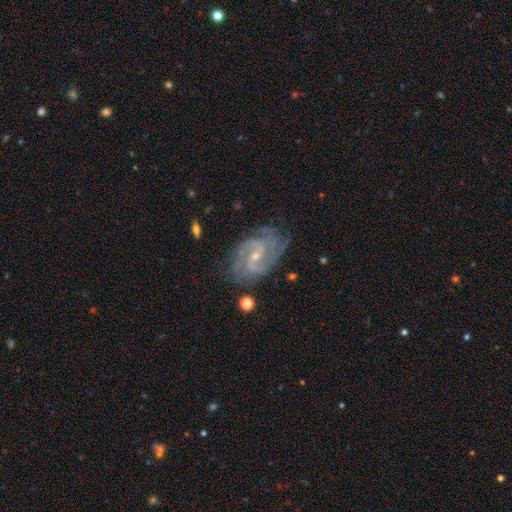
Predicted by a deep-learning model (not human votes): Smooth or featured? featured or disk (91%)
Edge-on disk? no (97%)
Bar? weak (49%)
Spiral arms? yes (98%)
Spiral winding? medium (46%)
Spiral arm count? 2 (52%)
Bulge size? small (71%)
Merging? none (74%)